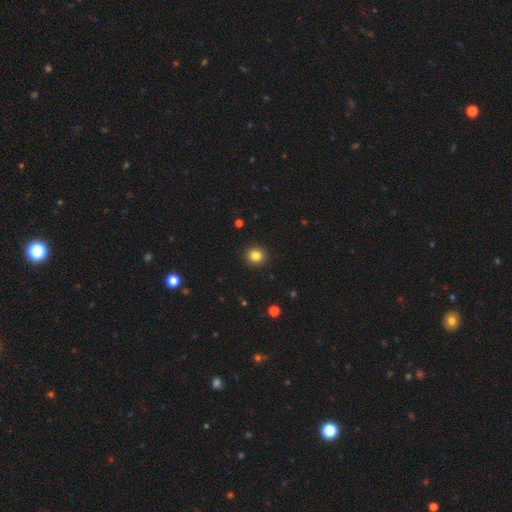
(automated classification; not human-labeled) Morphology: type=smooth (83%); roundness=round (89%); merging=none (93%).